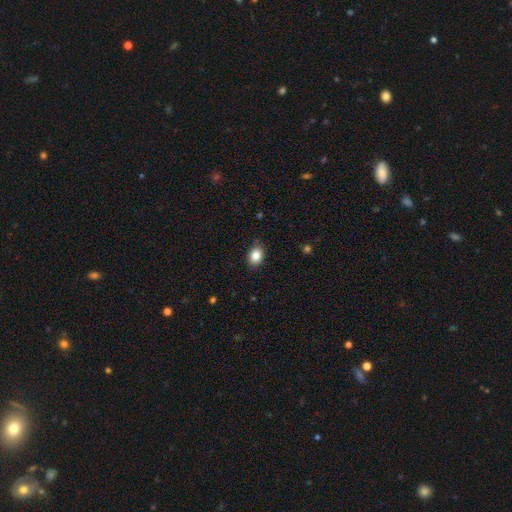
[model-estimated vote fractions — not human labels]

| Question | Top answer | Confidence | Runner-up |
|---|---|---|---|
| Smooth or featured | smooth | 84% | star or artifact (9%) |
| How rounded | in between | 72% | round (27%) |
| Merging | none | 86% | minor disturbance (11%) |